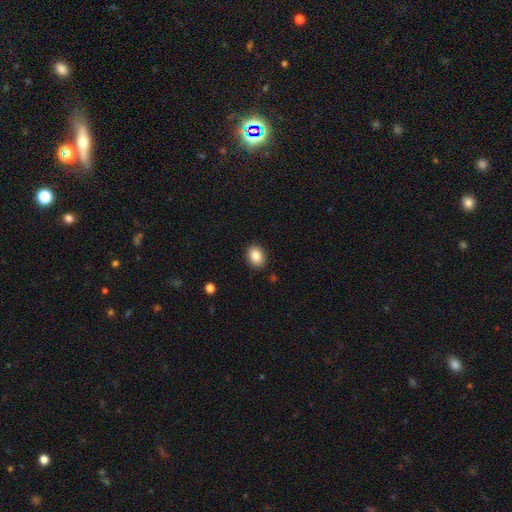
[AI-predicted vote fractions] Smooth or featured? smooth (86%)
How rounded? in between (62%)
Merging? none (89%)